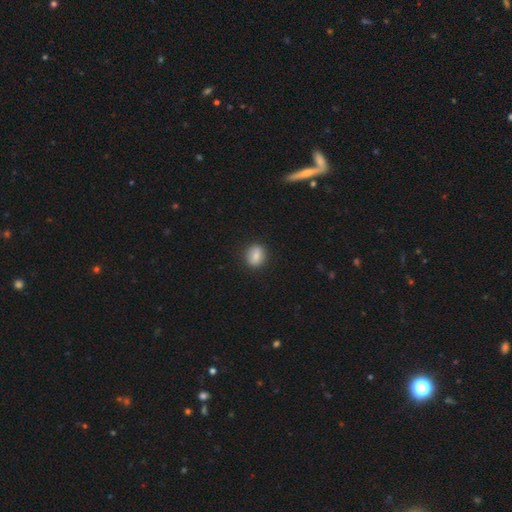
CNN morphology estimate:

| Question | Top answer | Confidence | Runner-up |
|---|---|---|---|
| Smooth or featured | smooth | 79% | featured or disk (13%) |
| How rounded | round | 57% | in between (41%) |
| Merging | none | 87% | minor disturbance (9%) |